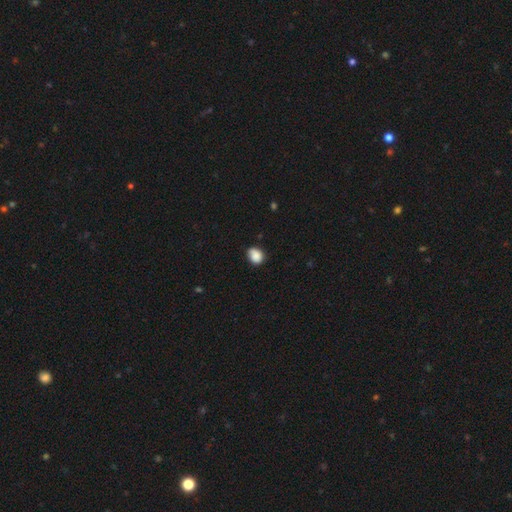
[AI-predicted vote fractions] Overall: smooth (86%). How rounded: round (50%; in between 49%). Merging: none (65%; minor disturbance 28%).